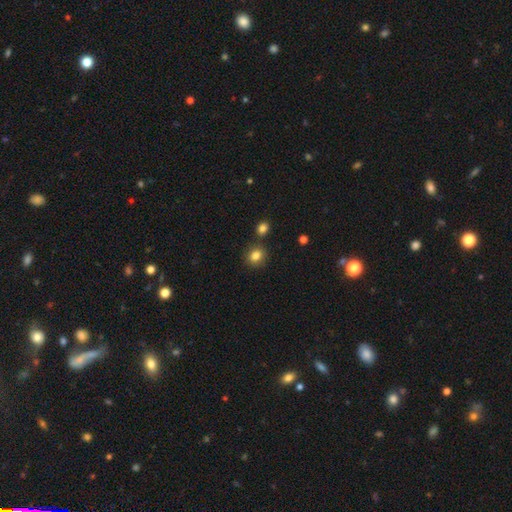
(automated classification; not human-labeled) The model was most divided on "how rounded": round: 72%, in between: 27%, cigar-shaped: 1%. More confident: smooth or featured — smooth (84%); merging — none (80%).